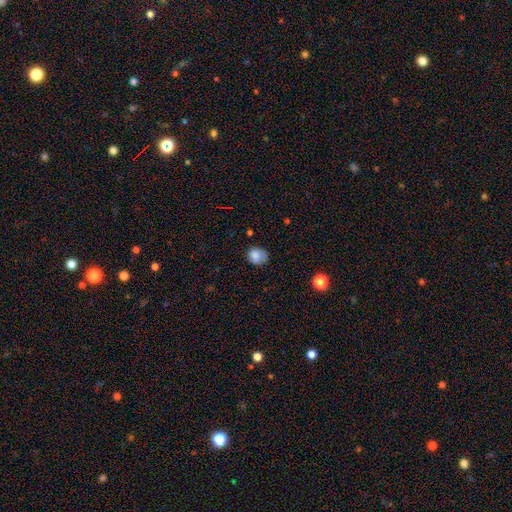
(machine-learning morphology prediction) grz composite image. It shows a smooth galaxy with no disk features (82%) that is round (63%). Merging: none (59%).